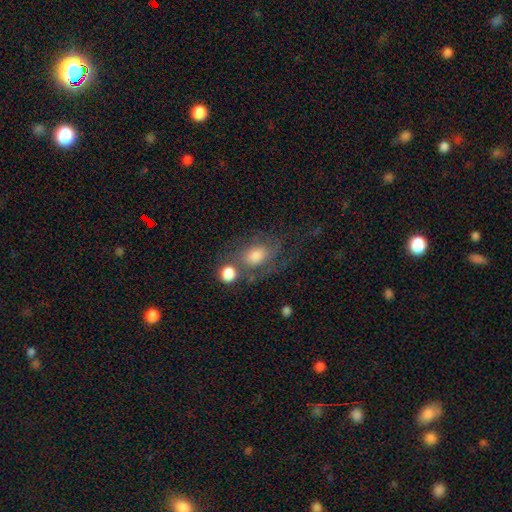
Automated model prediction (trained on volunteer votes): Smooth or featured? Predicted: smooth (p=0.46). Merging? Predicted: none (p=0.42).